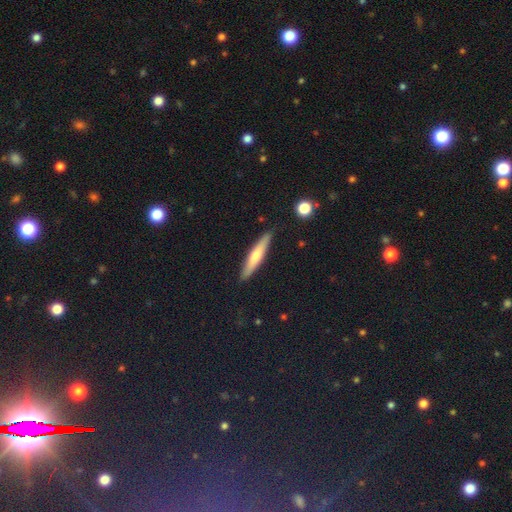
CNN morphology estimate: Overall: smooth (52%; featured or disk 40%). How rounded: cigar-shaped (90%). Merging: none (89%).